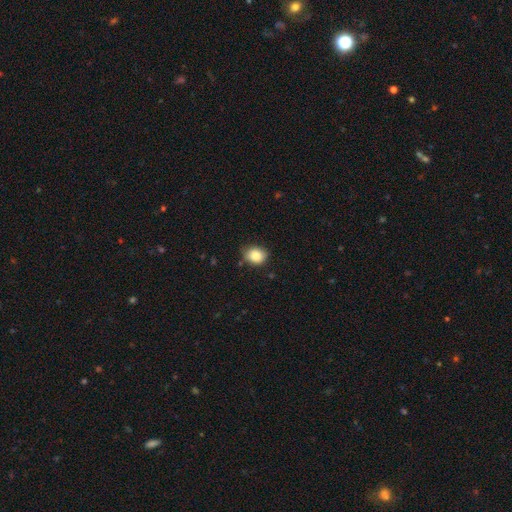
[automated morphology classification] The model was most divided on "how rounded": round: 58%, in between: 41%, cigar-shaped: 1%. More confident: smooth or featured — smooth (86%); merging — none (75%).